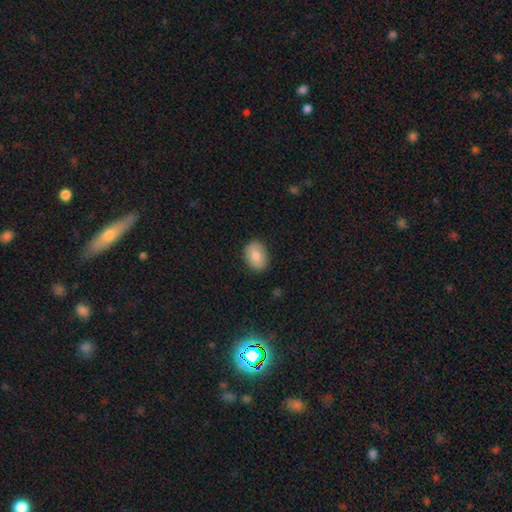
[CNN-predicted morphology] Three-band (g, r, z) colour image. It shows a smooth galaxy with no disk features (79%) that is in between round and cigar-shaped (70%). Merging: none (84%).